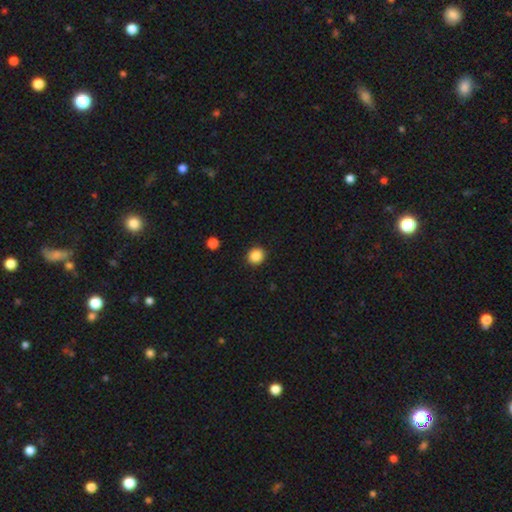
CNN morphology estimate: Overall: smooth (87%). How rounded: round (83%). Merging: none (91%).